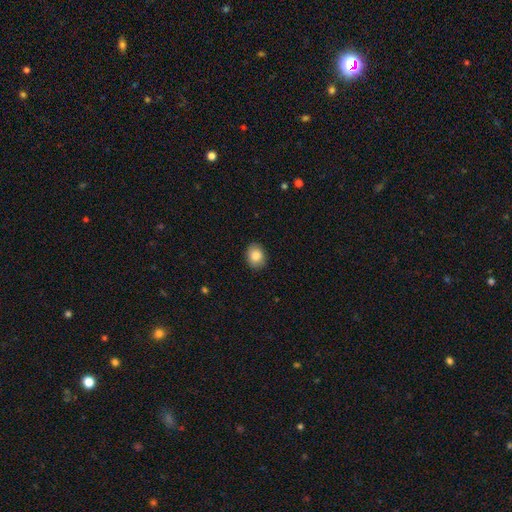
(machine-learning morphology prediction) A smooth galaxy with no disk features (86%) that is in between round and cigar-shaped (55%). Merging: none (89%).